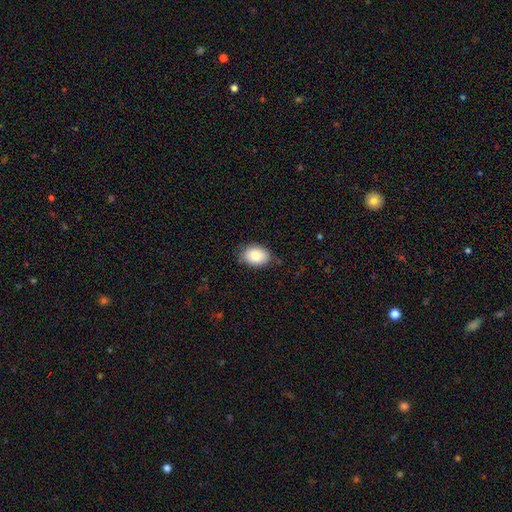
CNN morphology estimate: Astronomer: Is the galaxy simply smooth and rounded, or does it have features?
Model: smooth — 86%.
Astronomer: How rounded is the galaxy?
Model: in between — 81%.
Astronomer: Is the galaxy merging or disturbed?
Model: none — 79%.